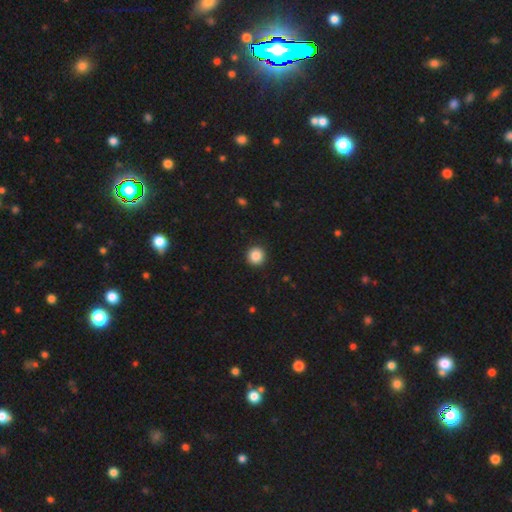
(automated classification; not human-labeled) smooth 87%, star or artifact 10%, featured or disk 3%. Down the decision tree: how rounded — round (95%); merging — none (93%).